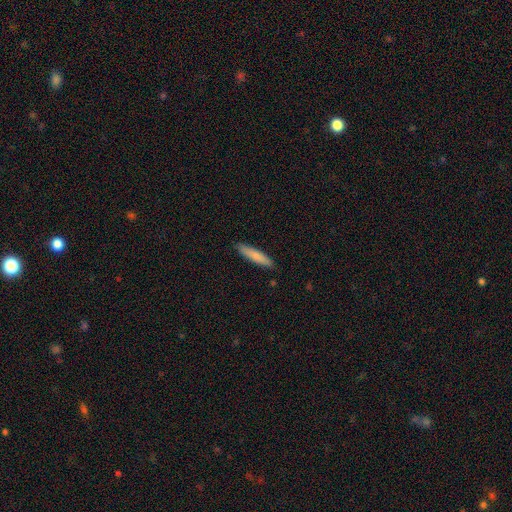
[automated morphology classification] A smooth galaxy with no disk features (79%) that is cigar-shaped (88%). Merging: none (89%).